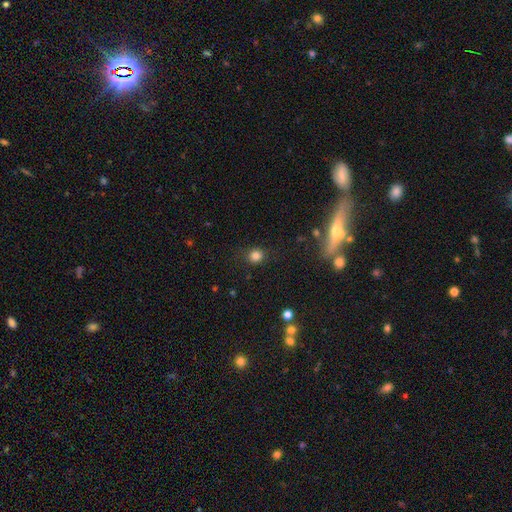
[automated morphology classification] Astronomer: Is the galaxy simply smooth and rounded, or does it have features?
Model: smooth — 81%.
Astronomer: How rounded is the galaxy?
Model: round — 87%.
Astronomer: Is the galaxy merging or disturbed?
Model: none — 86%.